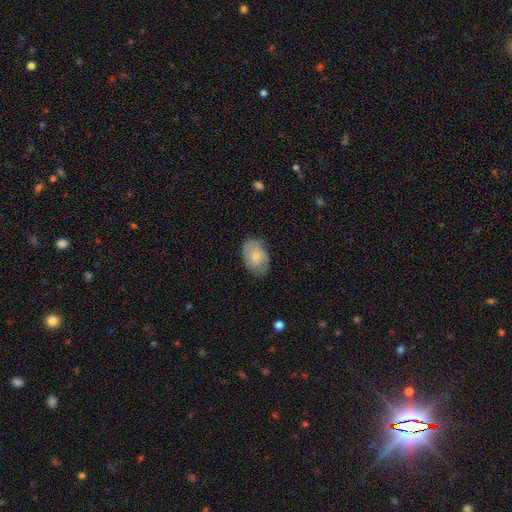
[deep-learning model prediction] This is possibly a smooth galaxy (58%). How rounded: clearly in between (81%). Merging: likely none (70%).